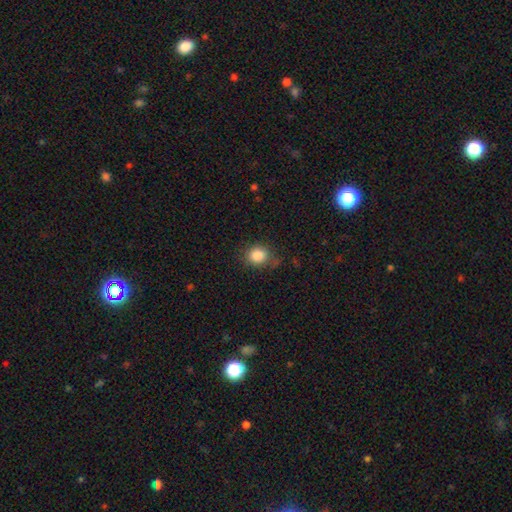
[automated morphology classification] Smooth or featured? smooth (85%)
How rounded? round (70%)
Merging? none (75%)